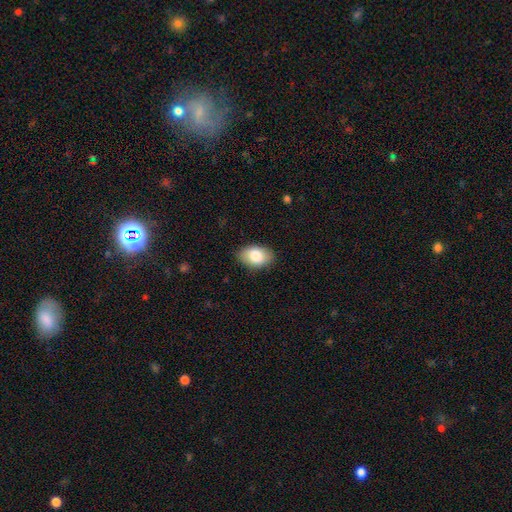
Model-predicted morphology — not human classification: smooth-or-featured: smooth: 82% | featured or disk: 11% | star or artifact: 7%
  how-rounded: in between: 90% | round: 9% | cigar-shaped: 1%
  merging: none: 86% | minor disturbance: 11% | major disturbance: 2% | merger: 1%